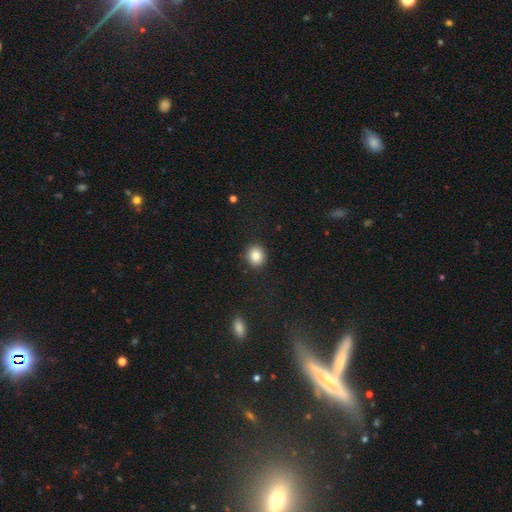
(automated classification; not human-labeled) A smooth galaxy with no disk features (85%) that is round (80%).

Vote fractions:
- Smooth or featured? smooth: 85% / star or artifact: 10% / featured or disk: 6%
- How rounded? round: 80% / in between: 19% / cigar-shaped: 1%
- Merging? none: 90% / minor disturbance: 7% / major disturbance: 2% / merger: 1%